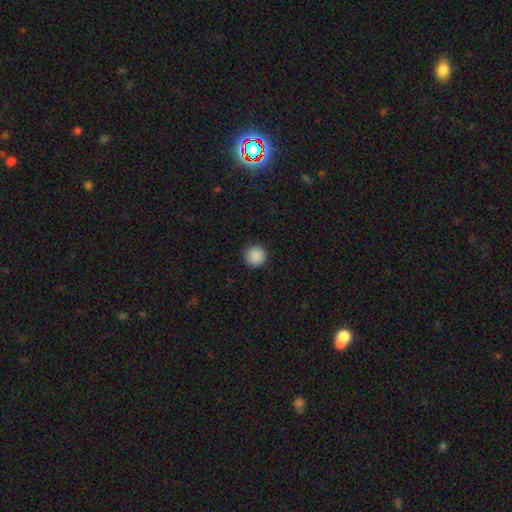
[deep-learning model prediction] Smooth or featured?
  - smooth: 89% *
  - star or artifact: 8%
  - featured or disk: 2%
How rounded?
  - round: 96% *
  - in between: 3%
  - cigar-shaped: 1%
Merging?
  - none: 92% *
  - minor disturbance: 5%
  - major disturbance: 2%
  - merger: 1%